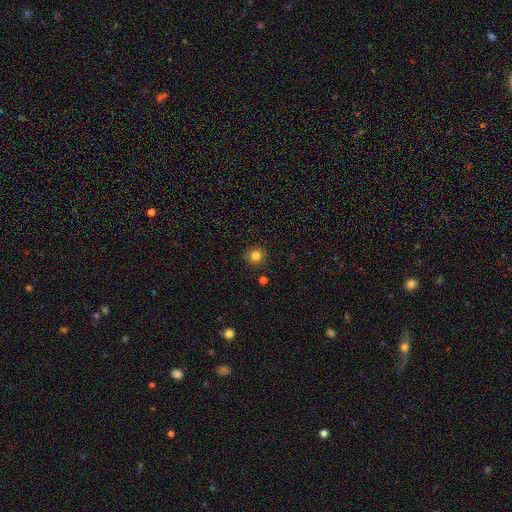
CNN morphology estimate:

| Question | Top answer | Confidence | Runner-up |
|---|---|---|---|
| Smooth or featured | smooth | 81% | star or artifact (12%) |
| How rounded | round | 93% | in between (6%) |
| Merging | none | 89% | minor disturbance (7%) |